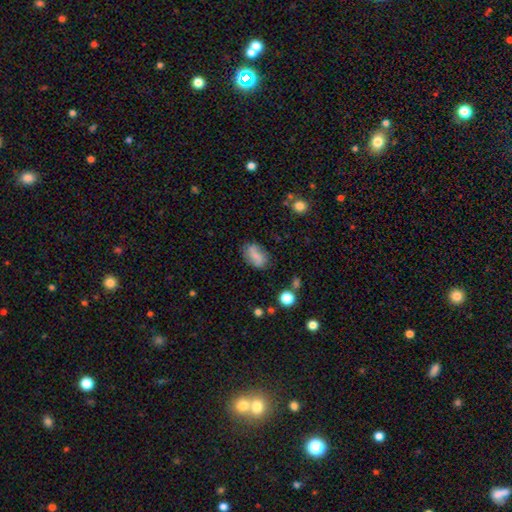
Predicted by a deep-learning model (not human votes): Smooth or featured?
  - smooth: 68% *
  - featured or disk: 23%
  - star or artifact: 9%
How rounded?
  - in between: 86% *
  - round: 11%
  - cigar-shaped: 3%
Merging?
  - none: 73% *
  - minor disturbance: 19%
  - major disturbance: 5%
  - merger: 3%